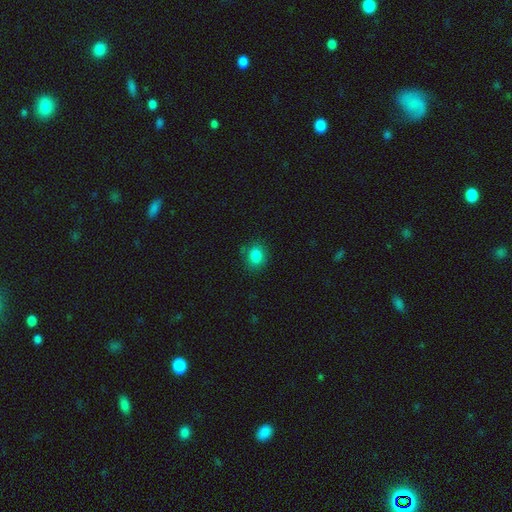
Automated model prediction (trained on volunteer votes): A smooth galaxy with no disk features (84%) that is round (53%). Merging: none (80%).